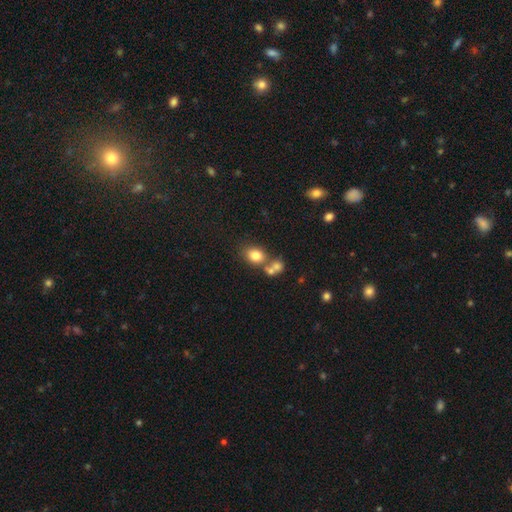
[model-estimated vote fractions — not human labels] The model was most divided on "how rounded": in between: 50%, round: 49%, cigar-shaped: 1%. More confident: smooth or featured — smooth (78%); merging — none (53%).